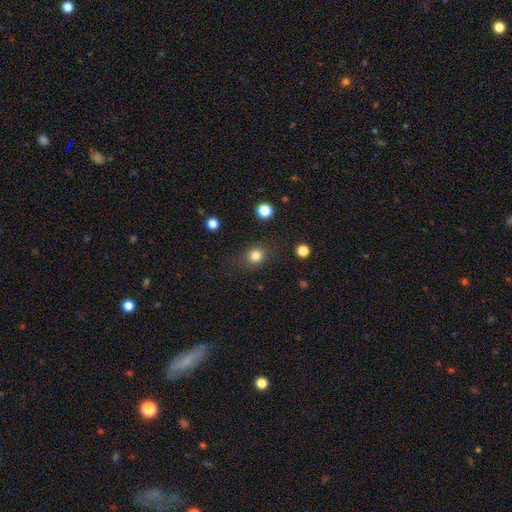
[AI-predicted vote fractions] Smooth or featured? Predicted: smooth (p=0.82). How rounded? Predicted: round (p=0.81). Merging? Predicted: none (p=0.84).